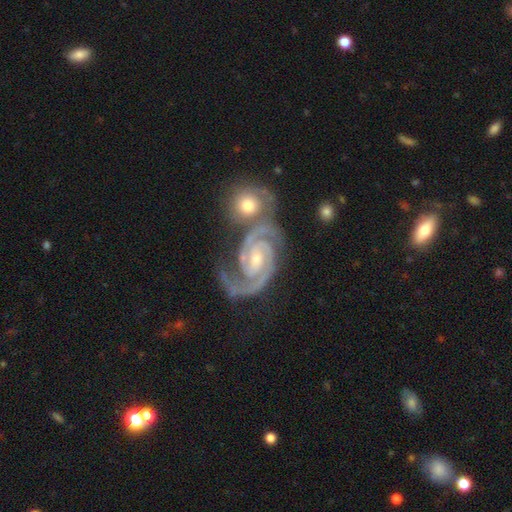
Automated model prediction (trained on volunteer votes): smooth-or-featured: featured or disk: 92% | star or artifact: 5% | smooth: 3%
  disk-edge-on: no: 98% | yes: 2%
    bar: no: 46% | weak: 37% | strong: 17%
    has-spiral-arms: yes: 99% | no: 1%
      spiral-winding: tight: 53% | medium: 40% | loose: 7%
      spiral-arm-count: 2: 83% | 3: 7% | can't tell: 4% | 1: 2% | 4: 2% | more than 4: 2%
    bulge-size: small: 59% | moderate: 36% | none: 2% | large: 2% | dominant: 1%
  merging: none: 46% | merger: 31% | minor disturbance: 15% | major disturbance: 8%